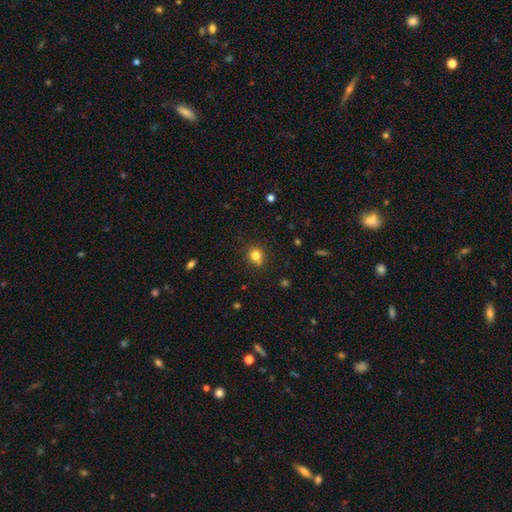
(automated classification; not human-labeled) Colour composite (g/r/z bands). It shows a smooth galaxy with no disk features (80%) that is round (69%). Merging: none (78%).